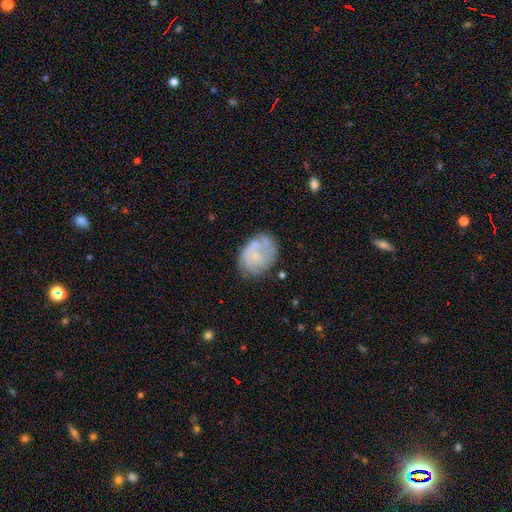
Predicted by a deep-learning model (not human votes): Smooth or featured? Predicted: featured or disk (p=0.57). Edge-on disk? Predicted: no (p=0.98). Bar? Predicted: no (p=0.76). Spiral arms? Predicted: yes (p=0.64). Bulge size? Predicted: small (p=0.54). Merging? Predicted: none (p=0.59).